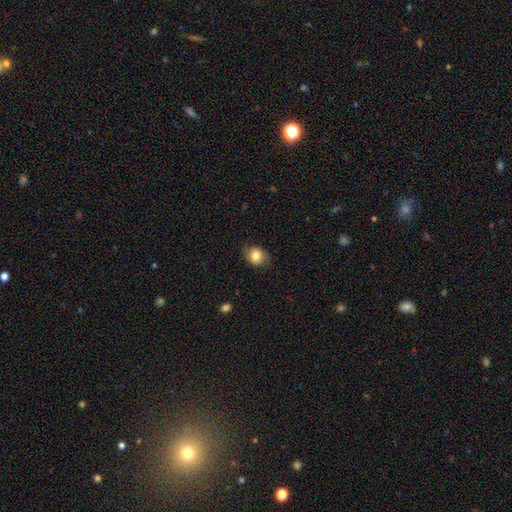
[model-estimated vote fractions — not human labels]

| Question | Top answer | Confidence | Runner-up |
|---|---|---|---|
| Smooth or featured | smooth | 78% | featured or disk (14%) |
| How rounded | in between | 52% | round (47%) |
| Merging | none | 77% | minor disturbance (18%) |